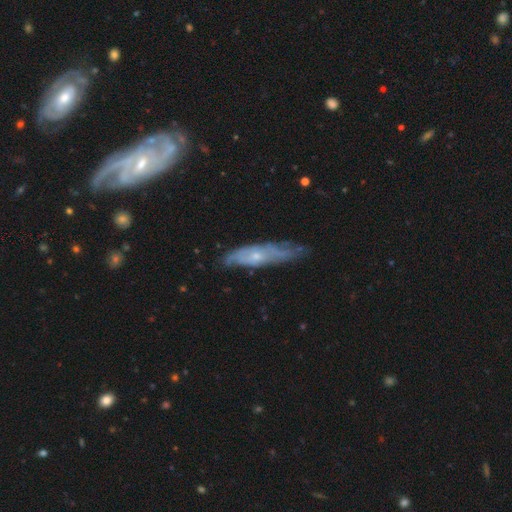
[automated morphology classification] smooth_or_featured: featured or disk (p=0.65) [alt: smooth p=0.28]
disk_edge_on: no (p=0.63) [alt: yes p=0.37]
merging: none (p=0.59) [alt: minor disturbance p=0.30]